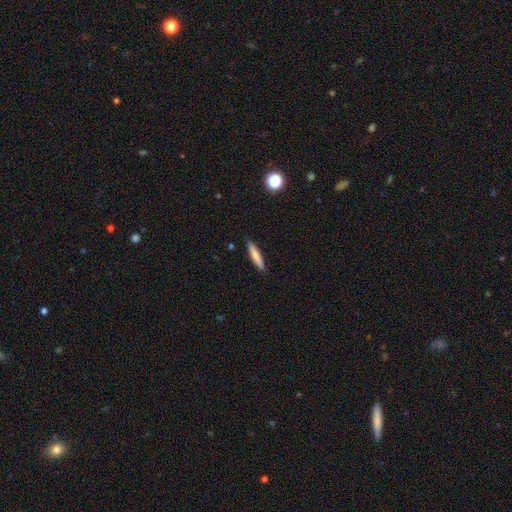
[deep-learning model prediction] Morphology: type=smooth (78%); roundness=cigar-shaped (89%); merging=none (89%).